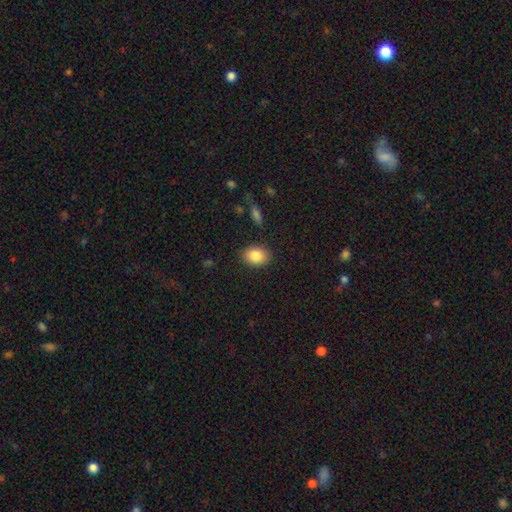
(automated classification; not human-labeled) A smooth galaxy with no disk features (85%) that is in between round and cigar-shaped (67%).

Vote fractions:
- Smooth or featured? smooth: 85% / star or artifact: 8% / featured or disk: 6%
- How rounded? in between: 67% / round: 32% / cigar-shaped: 1%
- Merging? none: 86% / minor disturbance: 10% / major disturbance: 2% / merger: 1%